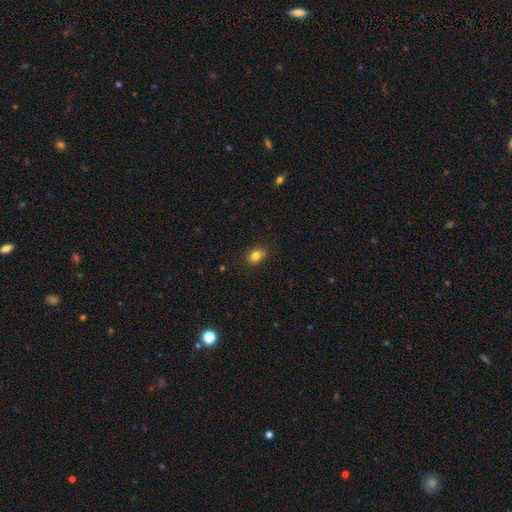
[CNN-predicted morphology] A smooth galaxy with no disk features (82%) that is in between round and cigar-shaped (50%). Merging: none (83%).